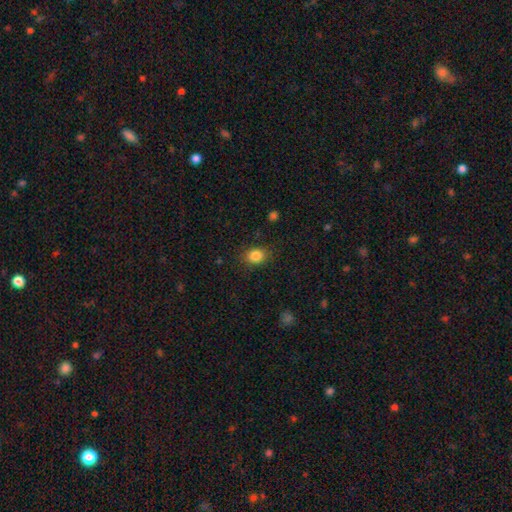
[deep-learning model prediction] The model was most divided on "how rounded": in between: 52%, round: 47%, cigar-shaped: 1%. More confident: smooth or featured — smooth (85%); merging — none (83%).